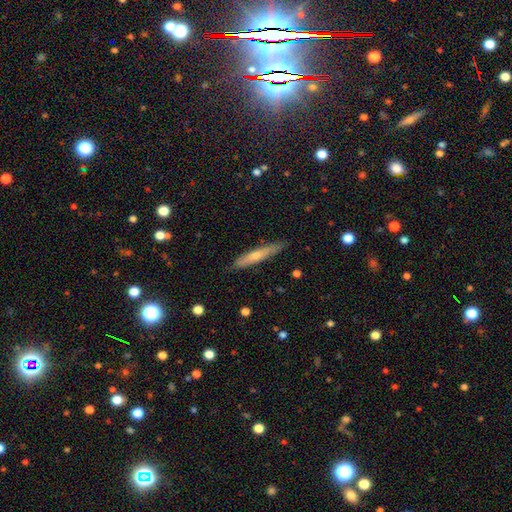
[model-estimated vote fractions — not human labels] Q: Smooth or featured?
A: smooth (57%); runner-up: featured or disk (37%)
Q: How rounded?
A: cigar-shaped (91%); runner-up: in between (8%)
Q: Merging?
A: none (84%); runner-up: minor disturbance (13%)